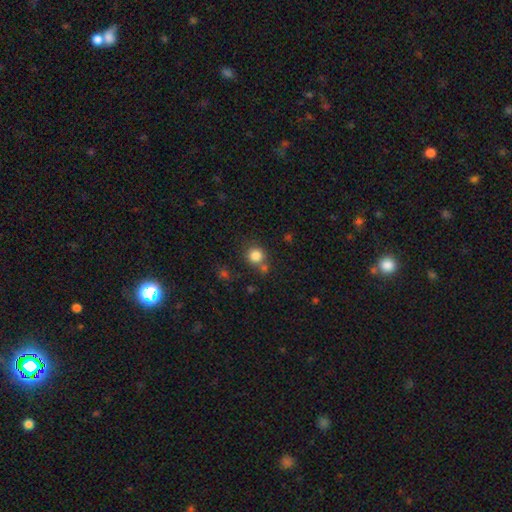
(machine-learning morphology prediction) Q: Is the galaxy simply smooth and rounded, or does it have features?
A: smooth — 83%.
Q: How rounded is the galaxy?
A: round — 88%.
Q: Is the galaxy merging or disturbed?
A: none — 67%.